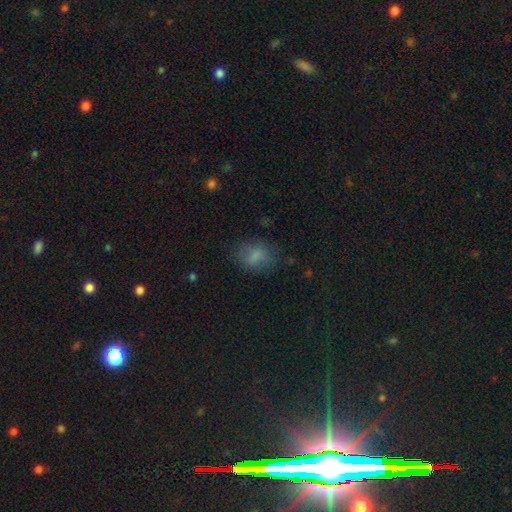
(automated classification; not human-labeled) Morphology: type=smooth (76%); roundness=in between (61%); merging=none (71%).